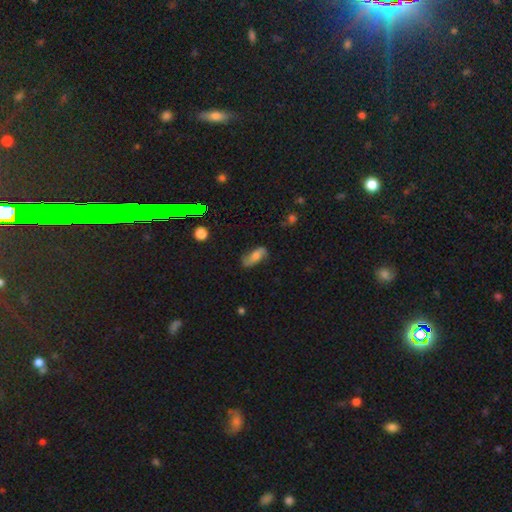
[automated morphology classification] The model was most divided on "smooth or featured": featured or disk: 52%, smooth: 38%, star or artifact: 10%. More confident: edge-on disk — no (88%); merging — none (69%).